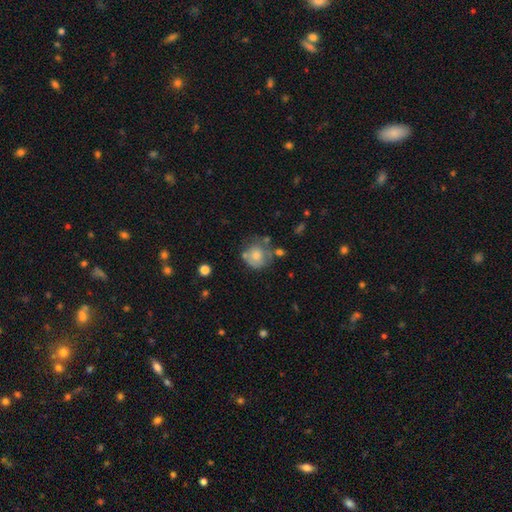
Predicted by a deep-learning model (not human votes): Smooth or featured? smooth (66%)
How rounded? round (83%)
Merging? none (48%)